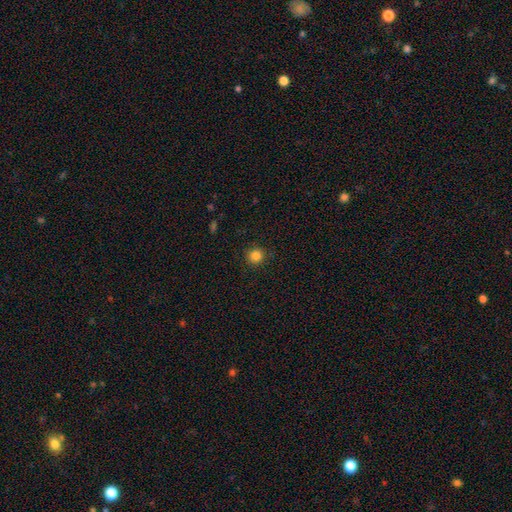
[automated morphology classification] smooth_or_featured: smooth (p=0.84) [alt: star or artifact p=0.12]
how_rounded: round (p=0.94) [alt: in between p=0.05]
merging: none (p=0.92) [alt: minor disturbance p=0.06]